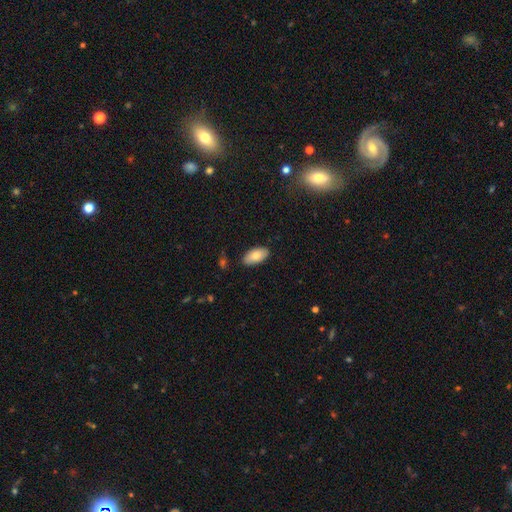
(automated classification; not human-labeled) Overall: smooth (80%). How rounded: in between (94%). Merging: none (86%).